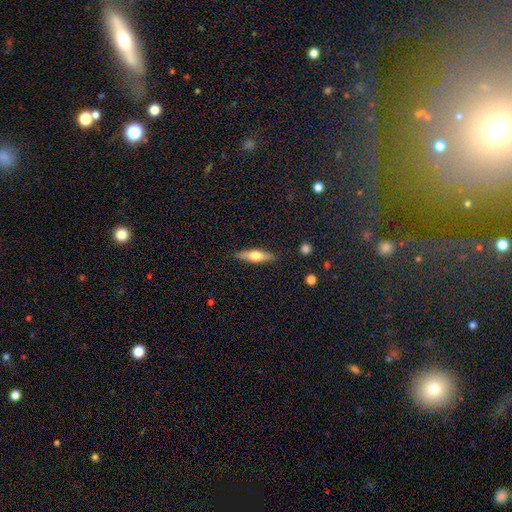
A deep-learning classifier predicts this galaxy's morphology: This is possibly a smooth galaxy (52%). How rounded: likely cigar-shaped (67%). Merging: clearly none (87%).